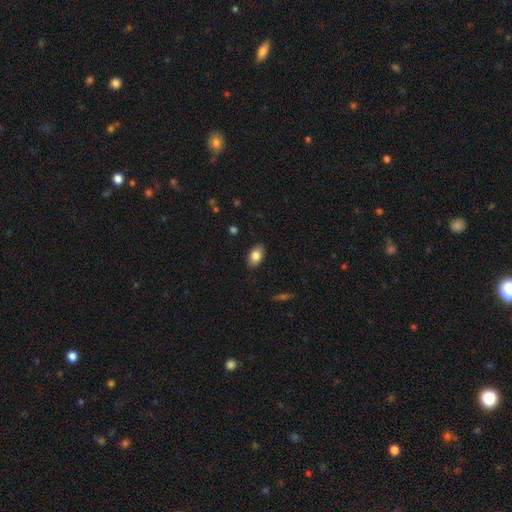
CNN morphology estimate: A smooth galaxy with no disk features (82%) that is in between round and cigar-shaped (92%).

Vote fractions:
- Smooth or featured? smooth: 82% / featured or disk: 10% / star or artifact: 7%
- How rounded? in between: 92% / round: 6% / cigar-shaped: 2%
- Merging? none: 87% / minor disturbance: 10% / major disturbance: 2% / merger: 1%